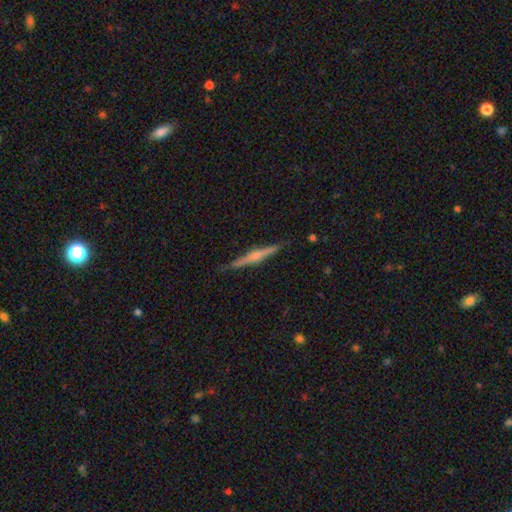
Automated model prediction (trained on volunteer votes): A featured or disk galaxy (70%) viewed edge-on (98%) with a rounded central bulge (71%).

Vote fractions:
- Smooth or featured? featured or disk: 70% / smooth: 23% / star or artifact: 6%
- Edge-on disk? yes: 98% / no: 2%
- Edge-on bulge? rounded: 71% / boxy: 15% / none: 14%
- Merging? none: 88% / minor disturbance: 9% / major disturbance: 2% / merger: 1%